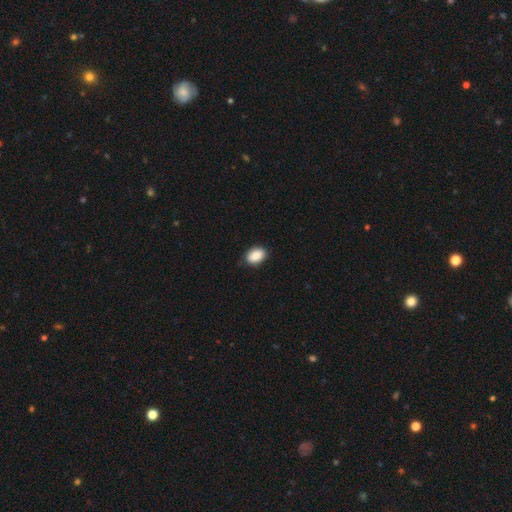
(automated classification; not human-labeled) A smooth galaxy with no disk features (90%) that is in between round and cigar-shaped (86%). Merging: none (82%).